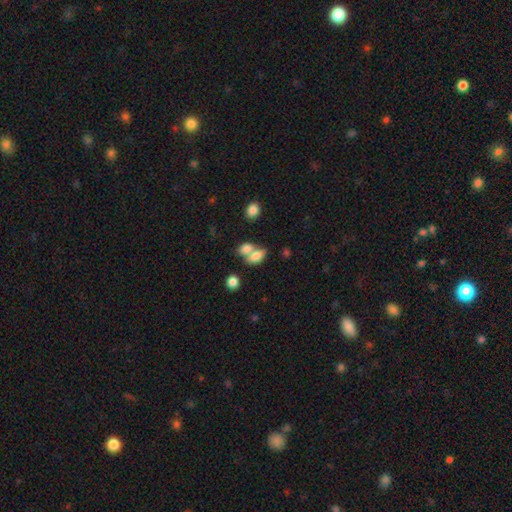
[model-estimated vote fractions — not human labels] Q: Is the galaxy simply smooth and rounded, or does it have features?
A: smooth — 76%.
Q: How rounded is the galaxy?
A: in between — 83%.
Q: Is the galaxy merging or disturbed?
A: merger — 54%.